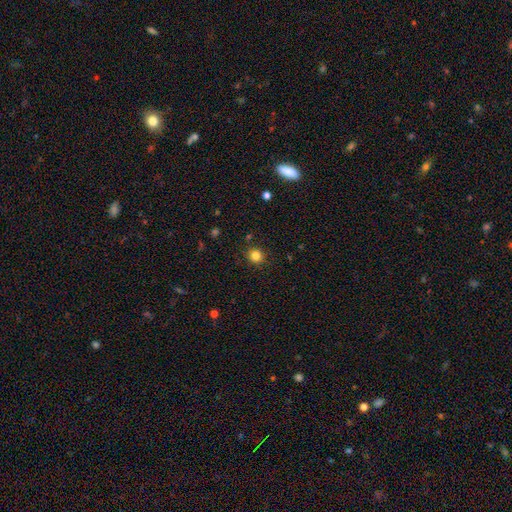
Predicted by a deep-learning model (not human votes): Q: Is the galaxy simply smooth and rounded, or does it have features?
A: smooth — 83%.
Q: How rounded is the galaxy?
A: round — 90%.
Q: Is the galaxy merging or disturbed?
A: none — 89%.